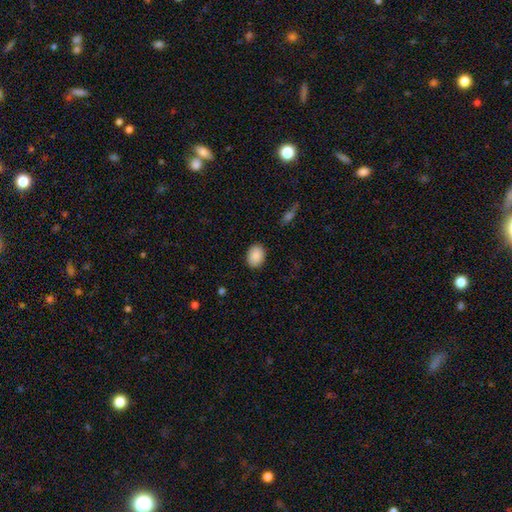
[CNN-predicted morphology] A smooth galaxy with no disk features (89%) that is in between round and cigar-shaped (65%). Merging: none (89%).